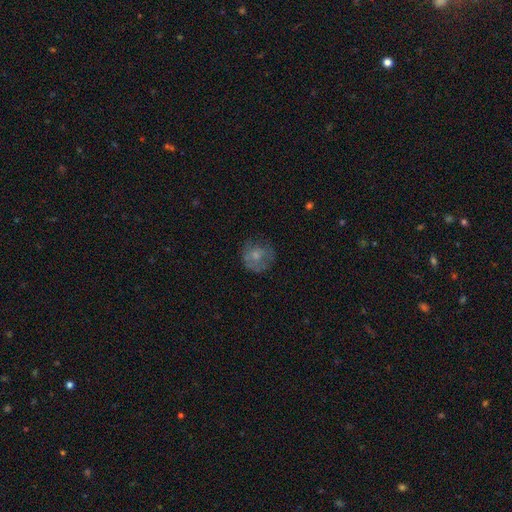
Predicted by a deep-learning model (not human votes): Smooth or featured? Predicted: smooth (p=0.61). How rounded? Predicted: round (p=0.84). Merging? Predicted: none (p=0.61).